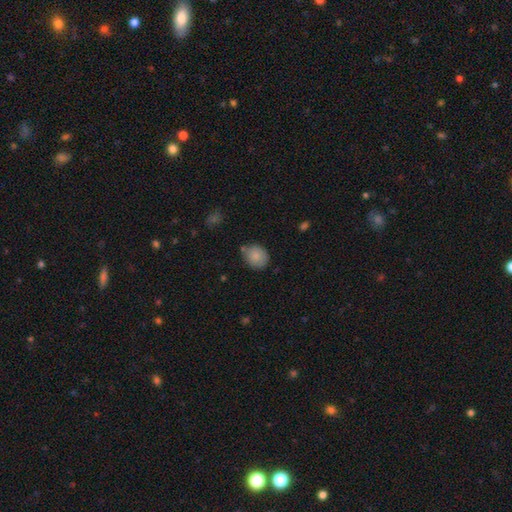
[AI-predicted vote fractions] Morphology: type=smooth (85%); roundness=round (73%); merging=none (74%).